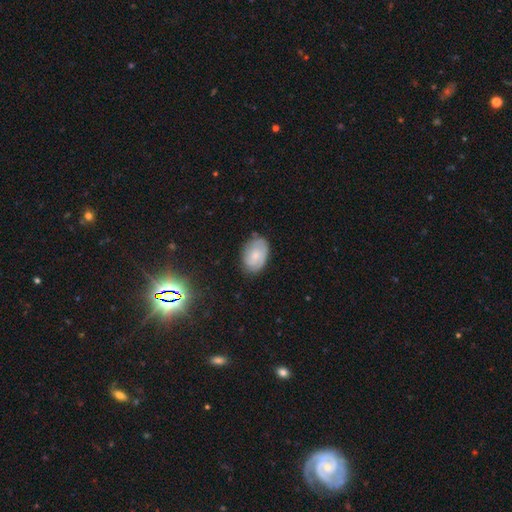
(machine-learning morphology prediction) Overall: featured or disk (49%; smooth 43%). Merging: none (74%).